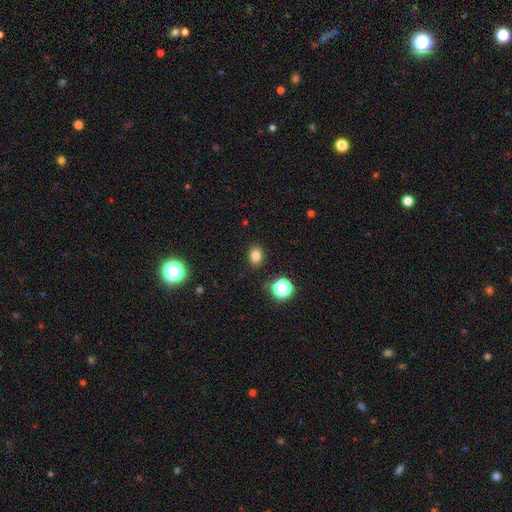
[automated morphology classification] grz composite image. It shows a smooth galaxy with no disk features (80%) that is in between round and cigar-shaped (52%). Merging: none (88%).